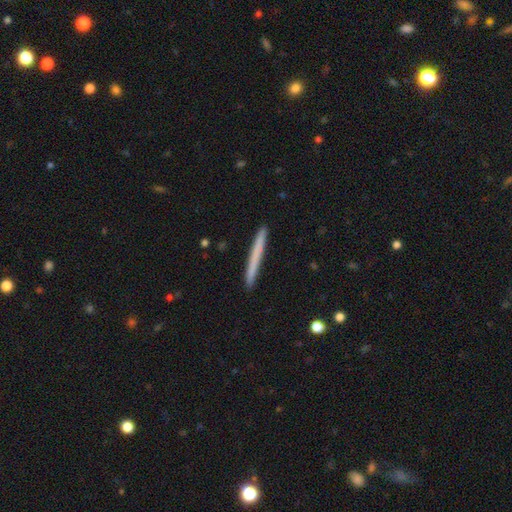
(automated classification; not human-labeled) Morphology: type=smooth (66%); roundness=cigar-shaped (97%); merging=none (92%).